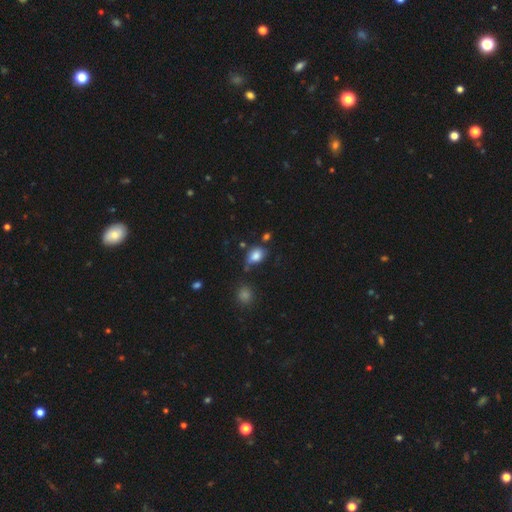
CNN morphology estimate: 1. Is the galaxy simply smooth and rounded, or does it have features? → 83% smooth, 10% star or artifact, 7% featured or disk.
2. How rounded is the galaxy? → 73% in between, 26% round, 1% cigar-shaped.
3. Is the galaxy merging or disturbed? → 55% none, 28% minor disturbance, 9% major disturbance, 8% merger.